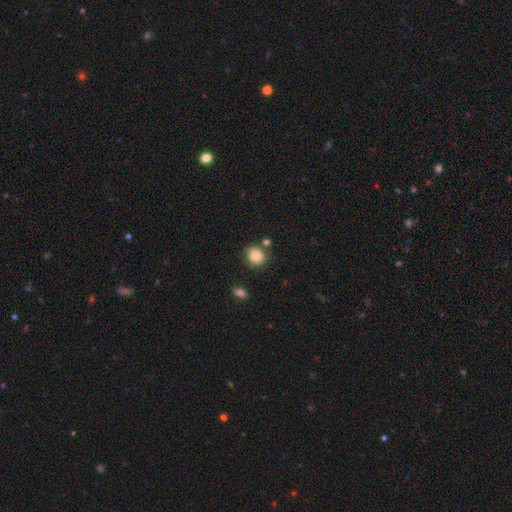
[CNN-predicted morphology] The model was most divided on "how rounded": round: 71%, in between: 28%, cigar-shaped: 1%. More confident: smooth or featured — smooth (83%); merging — none (77%).